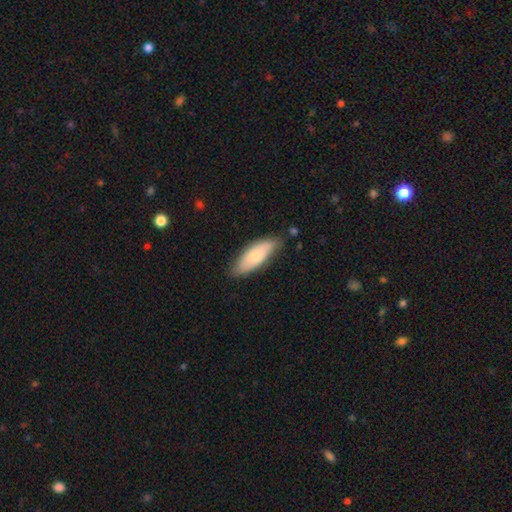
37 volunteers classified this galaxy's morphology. A smooth galaxy with no disk features (81%) that is in between round and cigar-shaped (63%).

Vote fractions:
- Smooth or featured? smooth: 81% / featured or disk: 14% / star or artifact: 5%
- How rounded? in between: 63% / cigar-shaped: 37% / round: 0%
- Merging? none: 86% / minor disturbance: 9% / major disturbance: 3% / merger: 3%